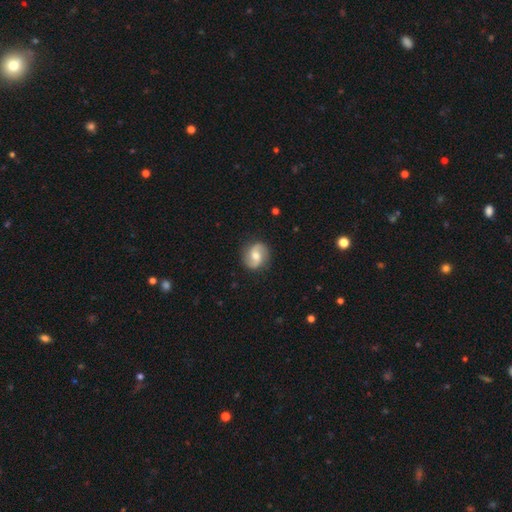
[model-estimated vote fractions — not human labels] featured or disk 76%, smooth 18%, star or artifact 6%. Down the decision tree: edge-on disk — no (98%); bar — no (44%); spiral arms — yes (94%); spiral arm count — 2 (93%); spiral winding — loose (44%); bulge size — moderate (69%); merging — none (87%).